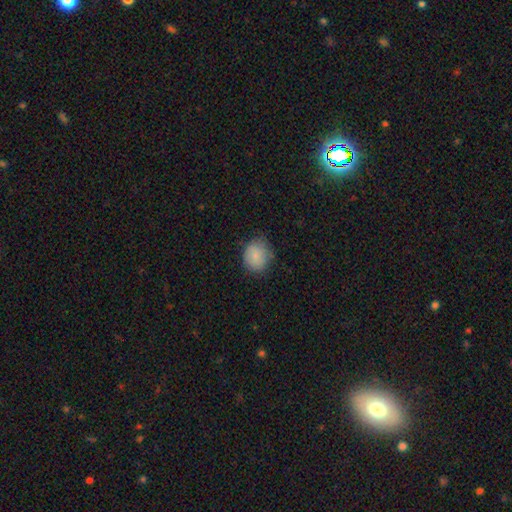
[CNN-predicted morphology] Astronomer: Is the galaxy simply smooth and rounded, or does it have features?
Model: smooth — 84%.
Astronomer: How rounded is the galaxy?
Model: round — 59% (runner-up: in between, 40%).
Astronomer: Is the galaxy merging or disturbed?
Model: none — 72%.